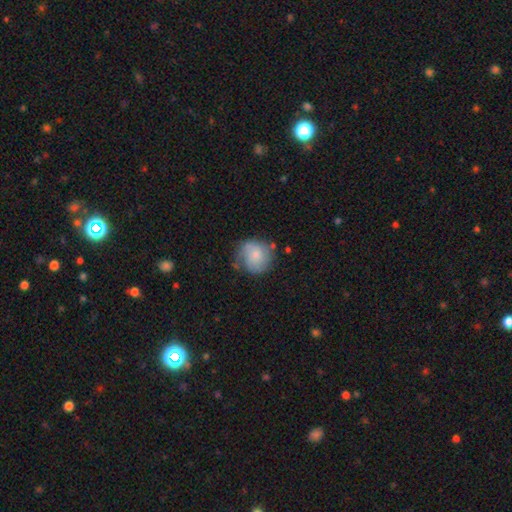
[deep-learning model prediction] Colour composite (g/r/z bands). It shows a smooth galaxy with no disk features (62%) that is round (85%). Merging: none (58%).